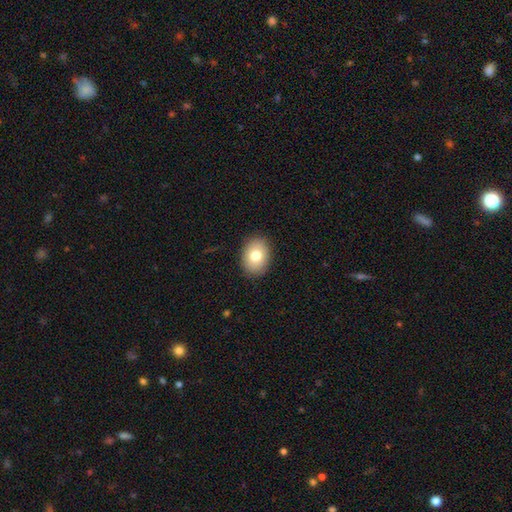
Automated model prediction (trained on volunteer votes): Q: Smooth or featured?
A: smooth (77%); runner-up: featured or disk (13%)
Q: How rounded?
A: in between (64%); runner-up: round (35%)
Q: Merging?
A: none (88%); runner-up: minor disturbance (8%)